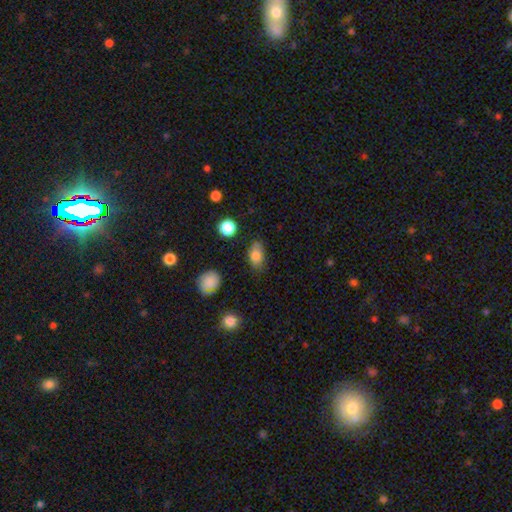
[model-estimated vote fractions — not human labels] Smooth or featured?
  - smooth: 81% *
  - featured or disk: 10%
  - star or artifact: 9%
How rounded?
  - in between: 85% *
  - round: 12%
  - cigar-shaped: 3%
Merging?
  - none: 74% *
  - minor disturbance: 19%
  - major disturbance: 4%
  - merger: 3%